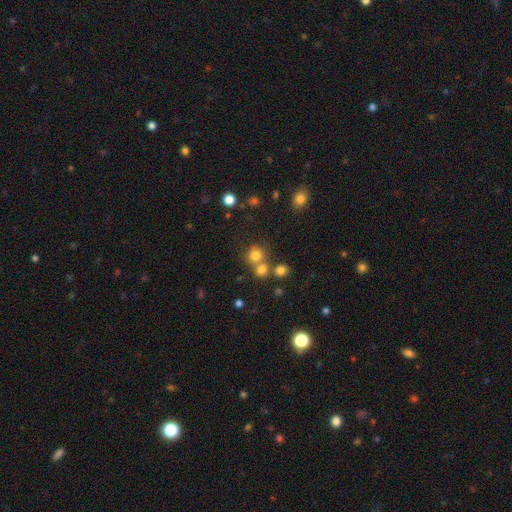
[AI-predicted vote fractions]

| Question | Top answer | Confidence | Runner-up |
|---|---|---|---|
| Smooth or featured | smooth | 75% | star or artifact (17%) |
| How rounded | round | 88% | in between (11%) |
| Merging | none | 58% | merger (31%) |